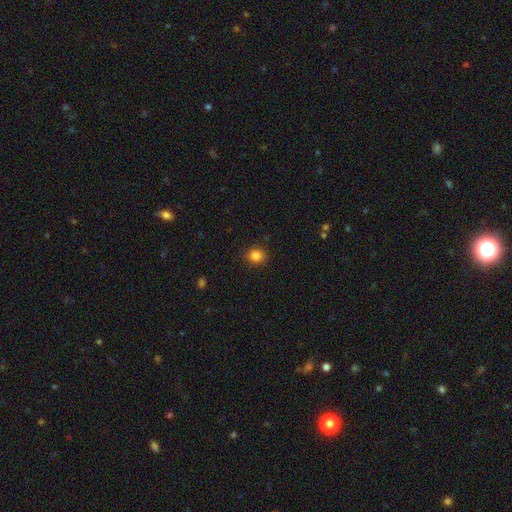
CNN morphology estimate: smooth_or_featured: smooth (p=0.85) [alt: star or artifact p=0.11]
how_rounded: round (p=0.77) [alt: in between p=0.22]
merging: none (p=0.89) [alt: minor disturbance p=0.07]